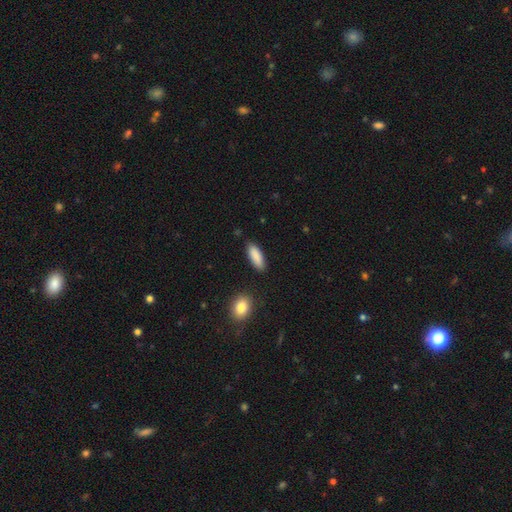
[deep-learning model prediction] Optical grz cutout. It shows a smooth galaxy with no disk features (89%) that is in between round and cigar-shaped (63%). Merging: none (86%).